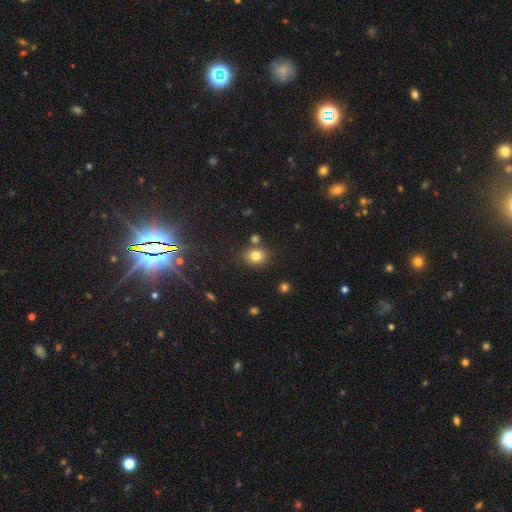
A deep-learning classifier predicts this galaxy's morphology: Smooth or featured? smooth (78%)
How rounded? round (66%)
Merging? none (75%)